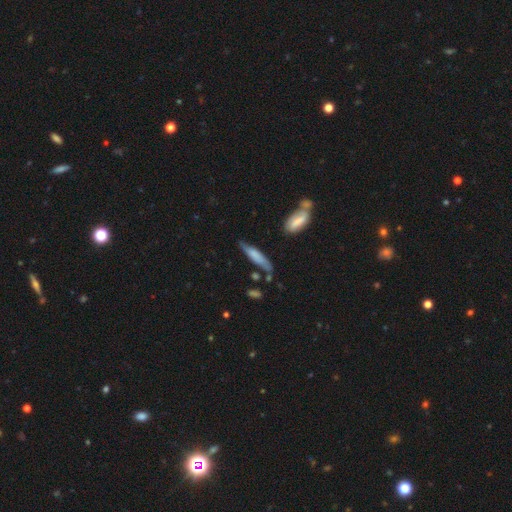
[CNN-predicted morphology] Q: Smooth or featured?
A: smooth (62%); runner-up: featured or disk (32%)
Q: How rounded?
A: cigar-shaped (76%); runner-up: in between (22%)
Q: Merging?
A: none (63%); runner-up: minor disturbance (25%)